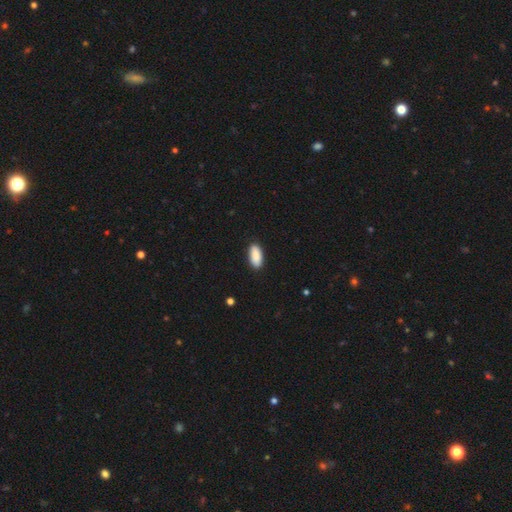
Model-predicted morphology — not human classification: A smooth galaxy with no disk features (90%) that is in between round and cigar-shaped (91%). Merging: none (89%).